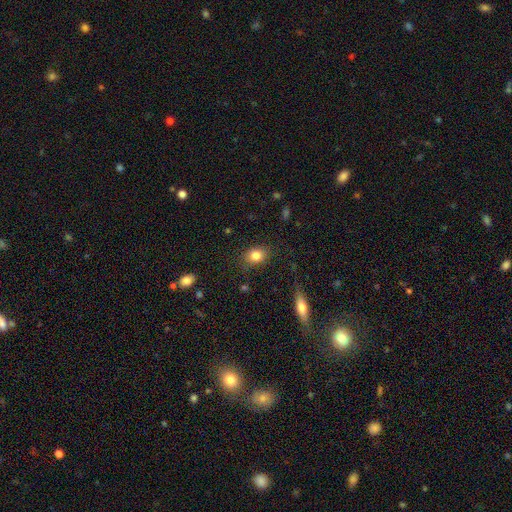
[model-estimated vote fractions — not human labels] This is clearly a smooth galaxy (82%). How rounded: likely in between (60%). Merging: clearly none (84%).